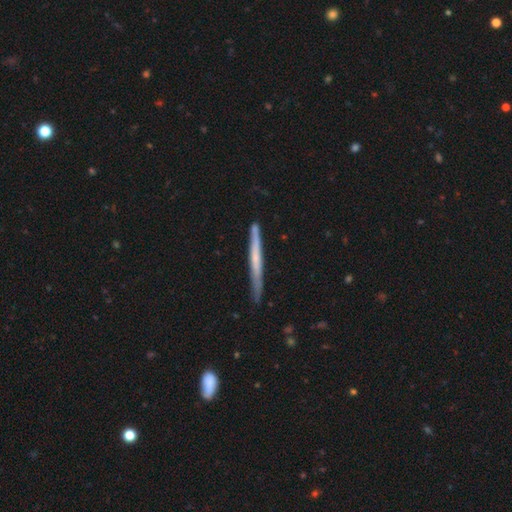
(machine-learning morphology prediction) A featured or disk galaxy (54%) viewed edge-on (96%) with no central bulge (74%).

Vote fractions:
- Smooth or featured? featured or disk: 54% / smooth: 41% / star or artifact: 6%
- Edge-on disk? yes: 96% / no: 4%
- Edge-on bulge? none: 74% / rounded: 19% / boxy: 7%
- Merging? none: 82% / minor disturbance: 14% / major disturbance: 2% / merger: 2%